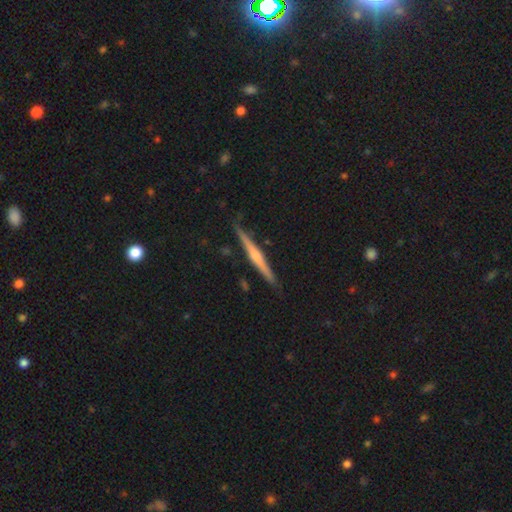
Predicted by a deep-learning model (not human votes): Smooth or featured: featured or disk — 75% (smooth — 18%)
Edge-on disk: yes — 98% (no — 2%)
Edge-on bulge: rounded — 71% (none — 21%)
Merging: none — 90% (minor disturbance — 8%)